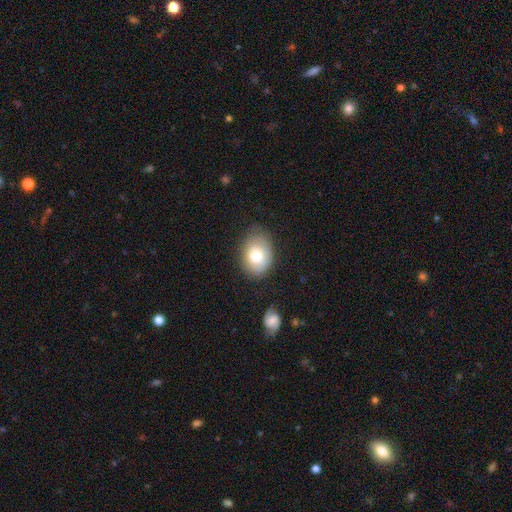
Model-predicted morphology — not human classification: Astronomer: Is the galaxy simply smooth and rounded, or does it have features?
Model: smooth — 74%.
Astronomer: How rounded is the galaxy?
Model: in between — 70%.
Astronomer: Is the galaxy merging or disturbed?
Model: none — 71%.